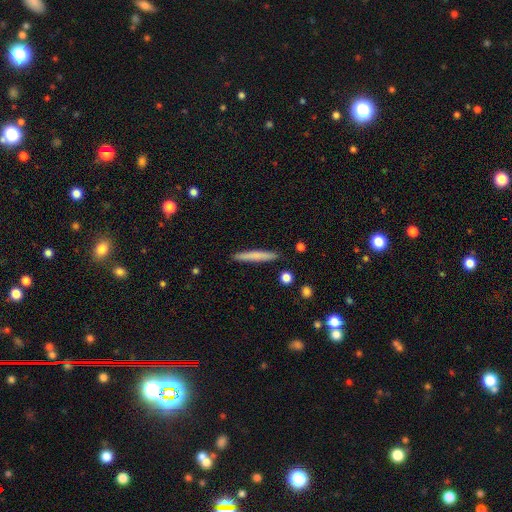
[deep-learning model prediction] Overall: smooth (71%). How rounded: cigar-shaped (96%). Merging: none (91%).